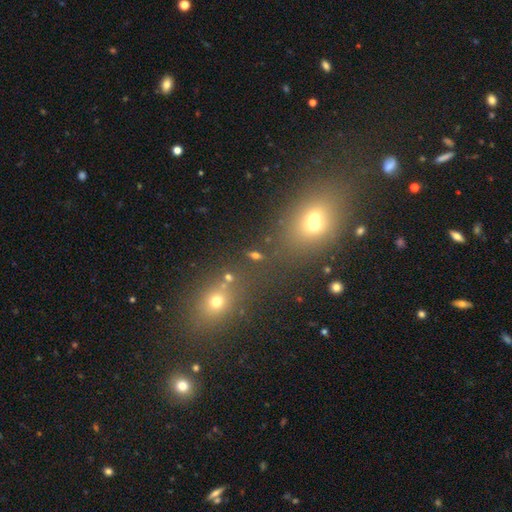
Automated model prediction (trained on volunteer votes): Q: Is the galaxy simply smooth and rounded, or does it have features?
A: smooth — 51%.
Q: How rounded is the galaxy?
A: round — 49%.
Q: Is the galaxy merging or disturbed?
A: none — 54%.